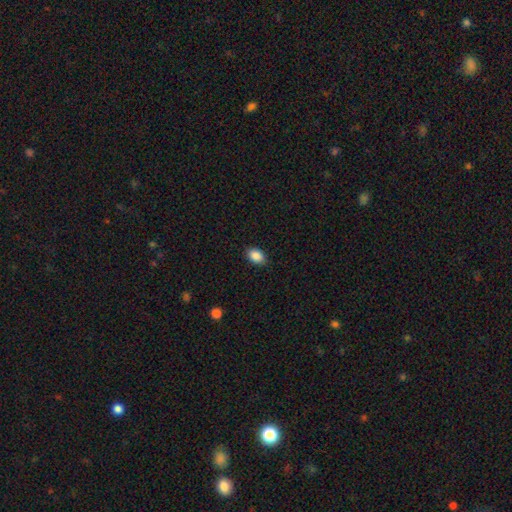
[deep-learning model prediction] smooth 88%, star or artifact 8%, featured or disk 4%. Down the decision tree: how rounded — in between (82%); merging — none (88%).